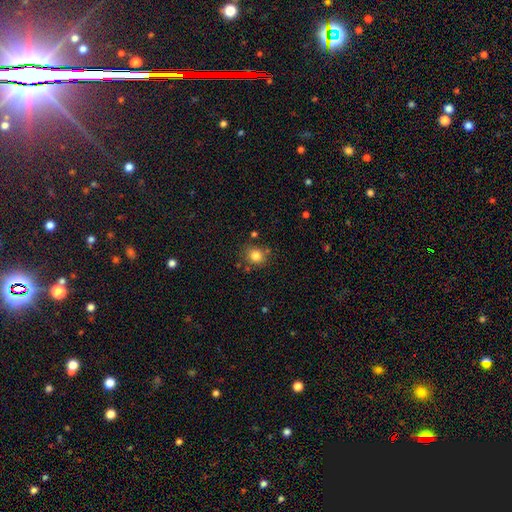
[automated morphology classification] The model was most divided on "how rounded": round: 80%, in between: 19%, cigar-shaped: 1%. More confident: smooth or featured — smooth (82%); merging — none (76%).